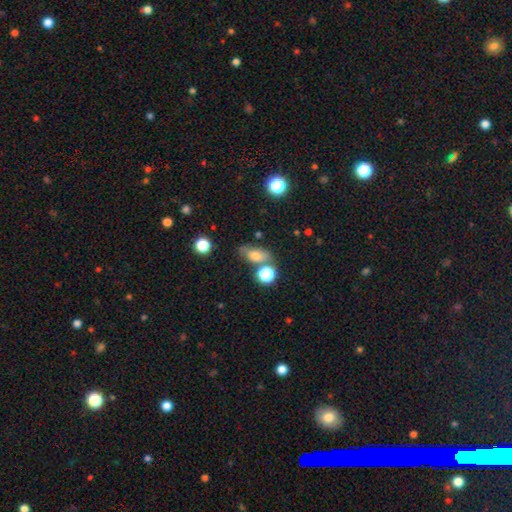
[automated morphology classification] Q: Smooth or featured?
A: smooth (68%); runner-up: featured or disk (17%)
Q: How rounded?
A: in between (75%); runner-up: round (17%)
Q: Merging?
A: none (63%); runner-up: minor disturbance (17%)